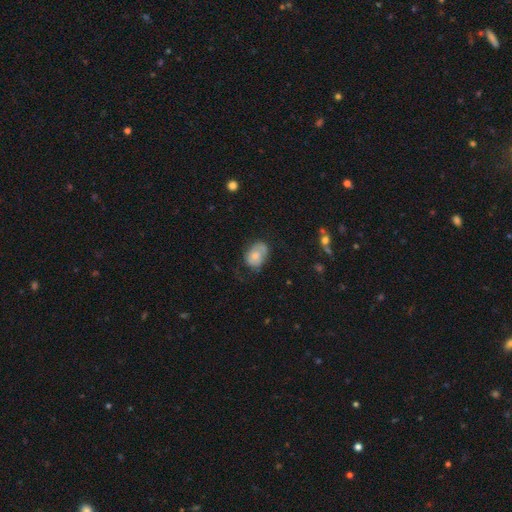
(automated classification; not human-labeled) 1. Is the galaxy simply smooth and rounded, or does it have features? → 63% smooth, 29% featured or disk, 8% star or artifact.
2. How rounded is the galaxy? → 72% in between, 27% round, 1% cigar-shaped.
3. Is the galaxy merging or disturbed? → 51% none, 33% minor disturbance, 13% major disturbance, 3% merger.